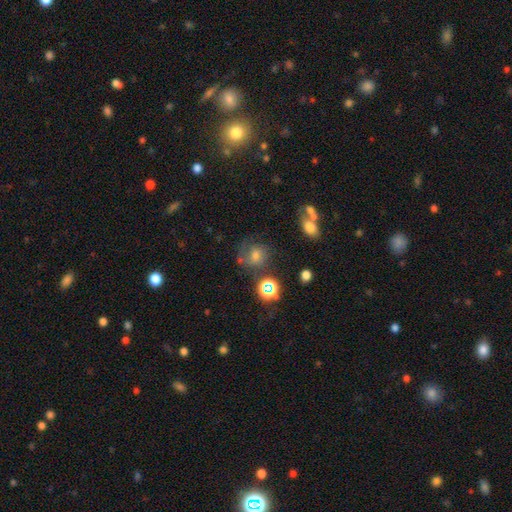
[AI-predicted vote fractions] Smooth or featured?
  - smooth: 49% *
  - featured or disk: 27%
  - star or artifact: 25%
Merging?
  - none: 57% *
  - minor disturbance: 21%
  - major disturbance: 14%
  - merger: 8%